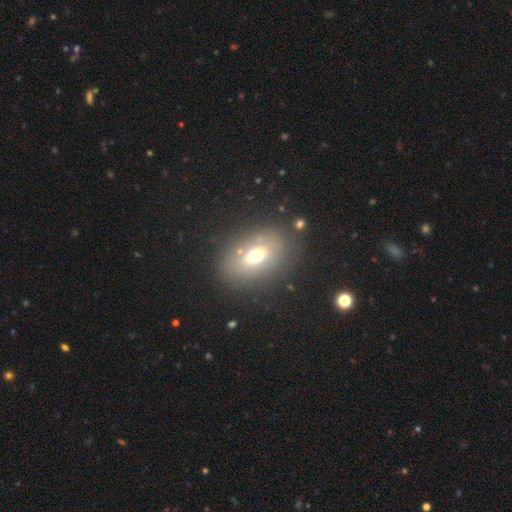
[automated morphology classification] The model was most divided on "smooth or featured": smooth: 58%, featured or disk: 30%, star or artifact: 12%. More confident: how rounded — in between (78%); merging — none (75%).